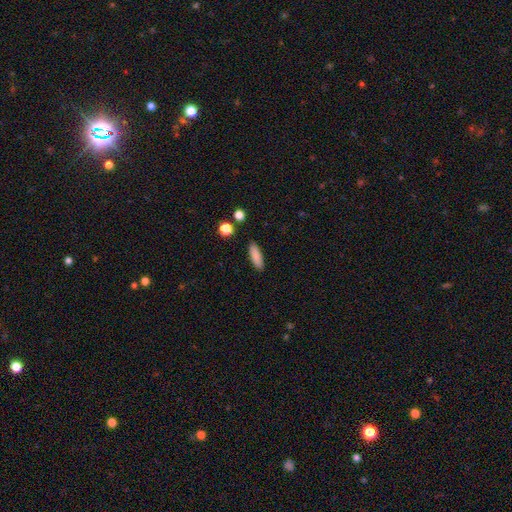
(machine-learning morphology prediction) smooth_or_featured: smooth (p=0.87) [alt: star or artifact p=0.08]
how_rounded: in between (p=0.54) [alt: cigar-shaped p=0.44]
merging: none (p=0.89) [alt: minor disturbance p=0.07]